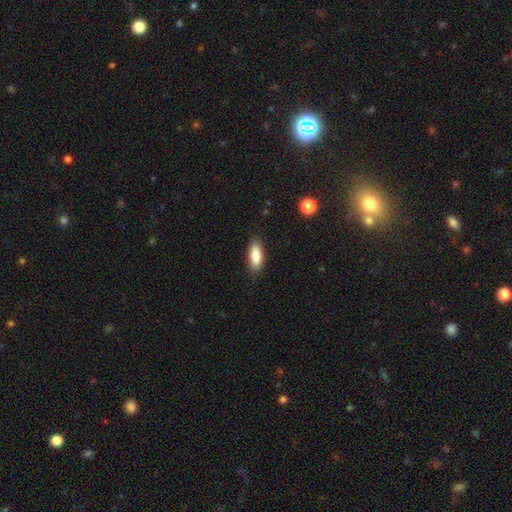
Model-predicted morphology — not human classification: Overall: smooth (84%). How rounded: in between (76%). Merging: none (86%).